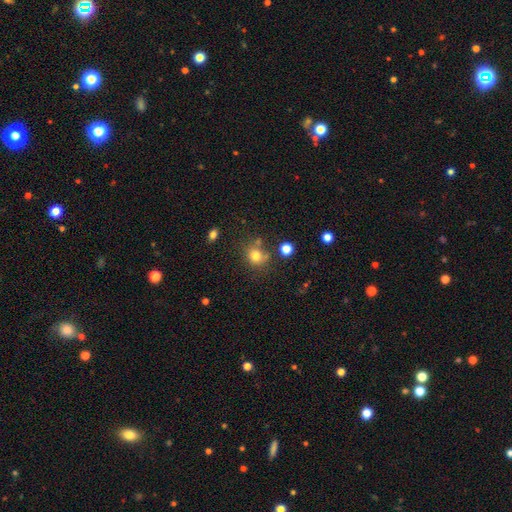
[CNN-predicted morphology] smooth 78%, star or artifact 14%, featured or disk 8%. Down the decision tree: how rounded — round (80%); merging — none (67%).